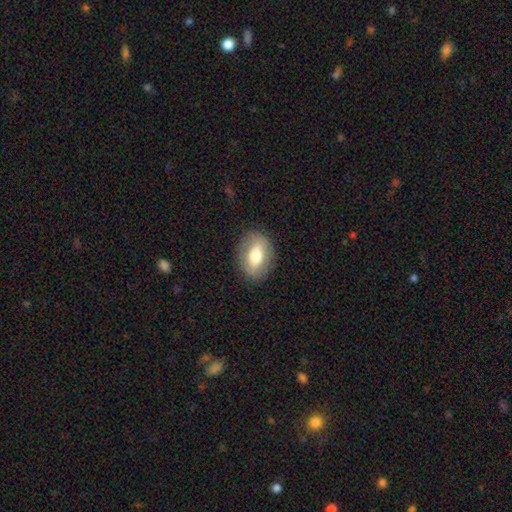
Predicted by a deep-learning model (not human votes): smooth 63%, featured or disk 30%, star or artifact 7%. Down the decision tree: how rounded — in between (78%); merging — none (84%).